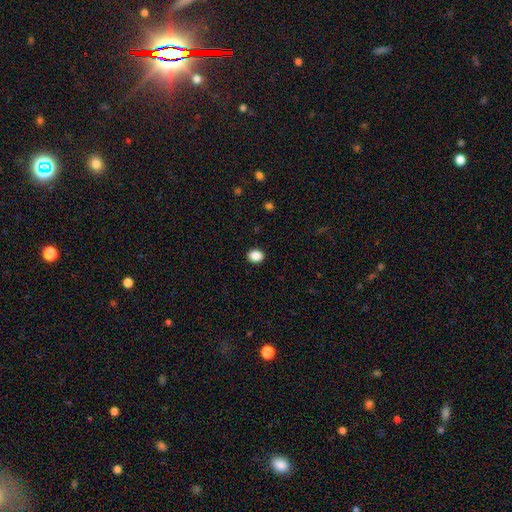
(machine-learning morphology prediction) A smooth galaxy with no disk features (88%) that is round (50%). Merging: none (91%).